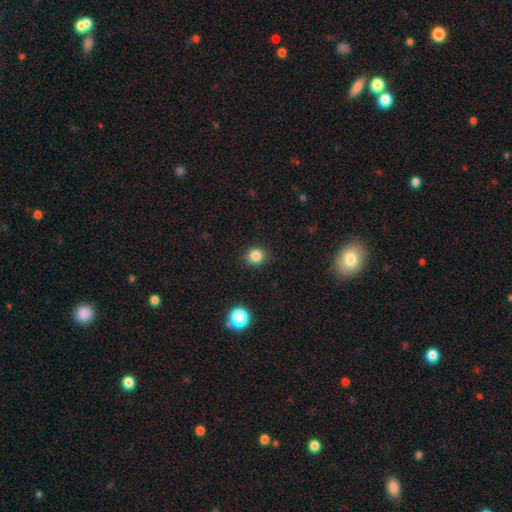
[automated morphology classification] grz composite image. It shows a smooth galaxy with no disk features (83%) that is round (78%). Merging: none (89%).